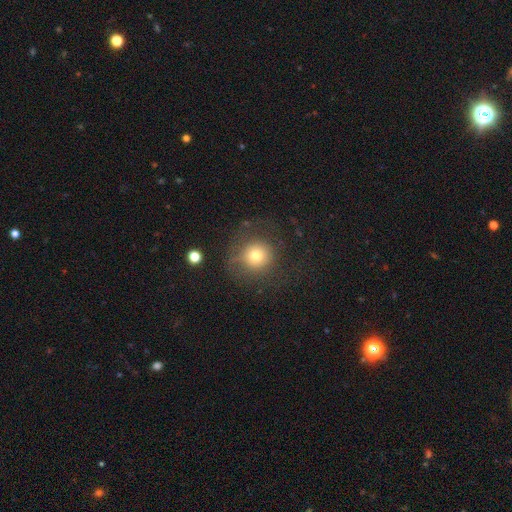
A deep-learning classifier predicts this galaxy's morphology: Smooth or featured?
  - smooth: 73% *
  - featured or disk: 14%
  - star or artifact: 13%
How rounded?
  - round: 91% *
  - in between: 8%
  - cigar-shaped: 1%
Merging?
  - none: 67% *
  - minor disturbance: 16%
  - major disturbance: 15%
  - merger: 2%